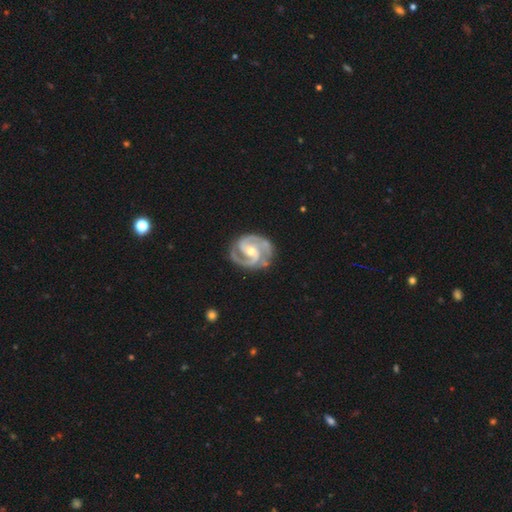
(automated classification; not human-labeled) This is clearly a featured or disk galaxy (93%). It is clearly not viewed edge-on (98%). Bar: marginally weak (40%). Spiral arm pattern: clearly yes (99%). Spiral arm count: clearly 2 (83%). Spiral winding: possibly tight (48%). Central bulge: possibly moderate (55%). Merging: likely none (80%).